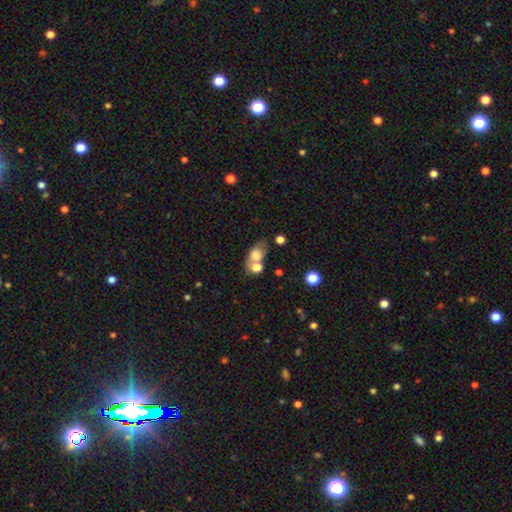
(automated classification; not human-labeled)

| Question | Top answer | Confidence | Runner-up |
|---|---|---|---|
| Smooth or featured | smooth | 67% | featured or disk (23%) |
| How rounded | in between | 74% | round (22%) |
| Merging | none | 42% | merger (36%) |